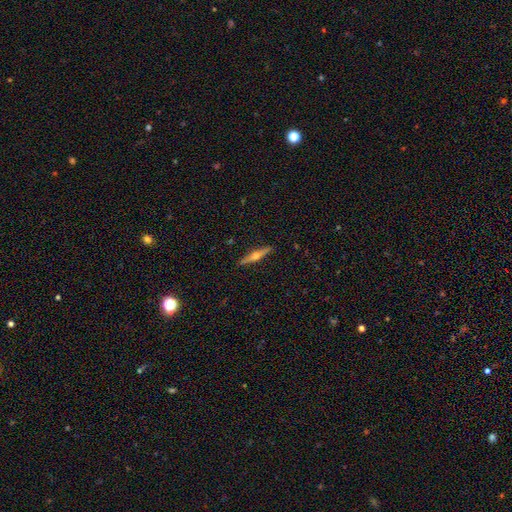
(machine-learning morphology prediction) This is likely a featured or disk galaxy (73%). It is clearly viewed edge-on (98%). Edge-on bulge: clearly rounded (94%). Merging: clearly none (91%).